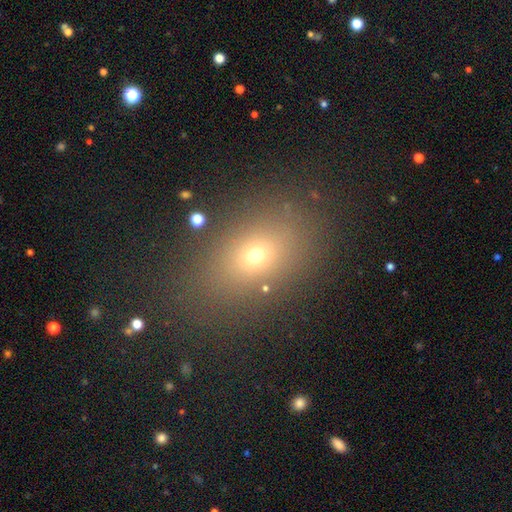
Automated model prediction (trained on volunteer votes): Smooth or featured?
  - smooth: 66% *
  - star or artifact: 22%
  - featured or disk: 13%
How rounded?
  - in between: 65% *
  - round: 32%
  - cigar-shaped: 2%
Merging?
  - none: 82% *
  - minor disturbance: 10%
  - major disturbance: 6%
  - merger: 3%